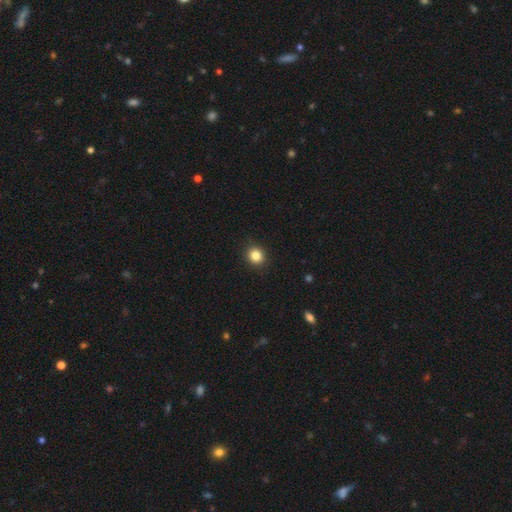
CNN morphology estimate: smooth-or-featured: smooth: 84% | star or artifact: 11% | featured or disk: 5%
  how-rounded: round: 81% | in between: 18% | cigar-shaped: 1%
  merging: none: 90% | minor disturbance: 7% | major disturbance: 2% | merger: 1%